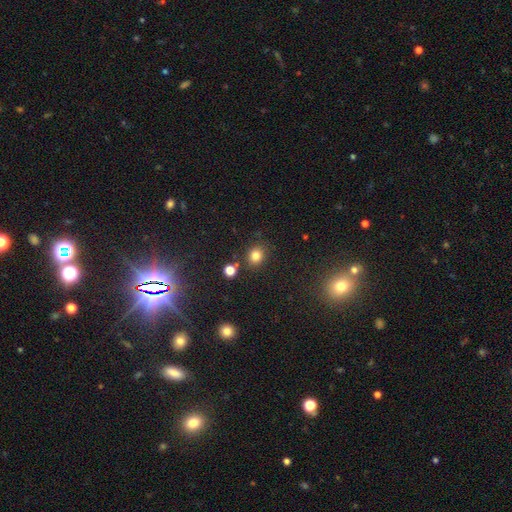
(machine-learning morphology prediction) Smooth or featured? Predicted: smooth (p=0.80). How rounded? Predicted: round (p=0.75). Merging? Predicted: none (p=0.80).